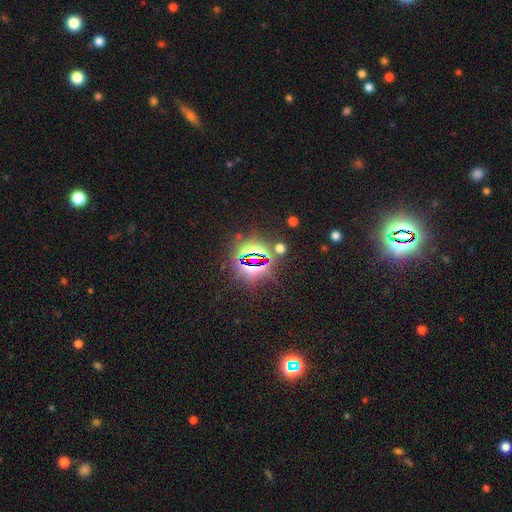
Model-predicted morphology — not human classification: Smooth or featured: star or artifact — 81% (smooth — 10%)